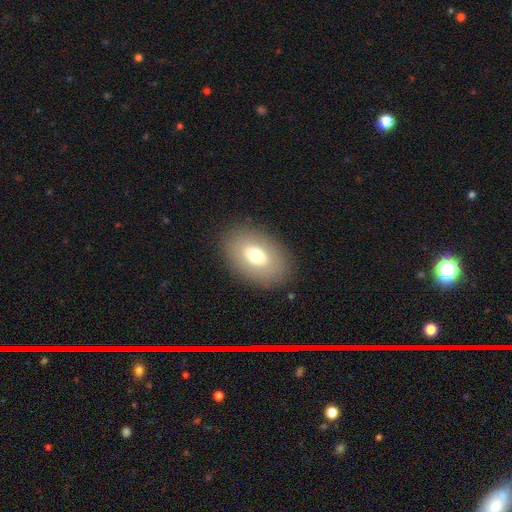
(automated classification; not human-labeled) Morphology: type=smooth (68%); roundness=in between (86%); merging=none (85%).